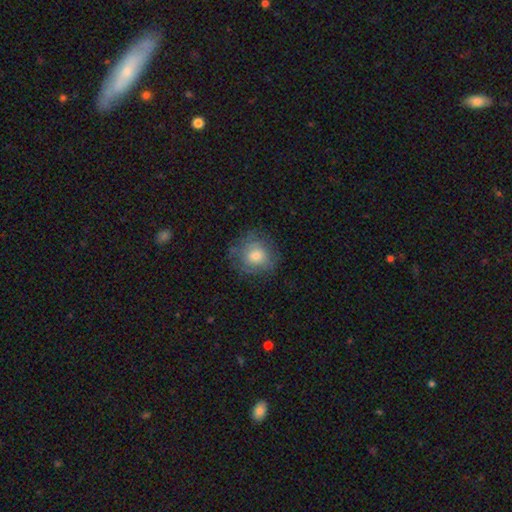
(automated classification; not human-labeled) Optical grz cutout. It shows a smooth galaxy with no disk features (66%) that is round (84%). Merging: none (72%).